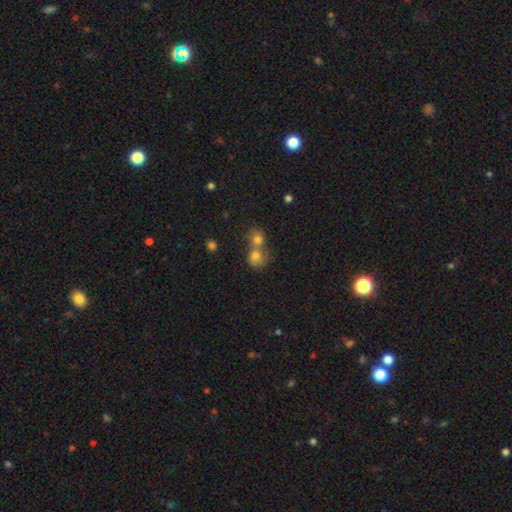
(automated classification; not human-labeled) This is likely a smooth galaxy (74%). How rounded: likely round (76%). Merging: likely merger (64%).